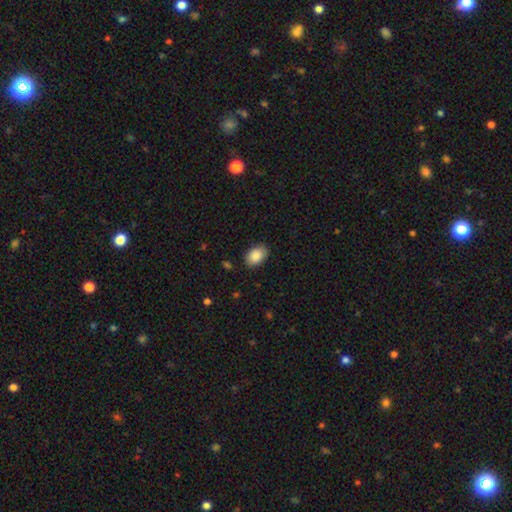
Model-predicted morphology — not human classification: The model was most divided on "how rounded": in between: 83%, round: 16%, cigar-shaped: 1%. More confident: smooth or featured — smooth (89%); merging — none (85%).